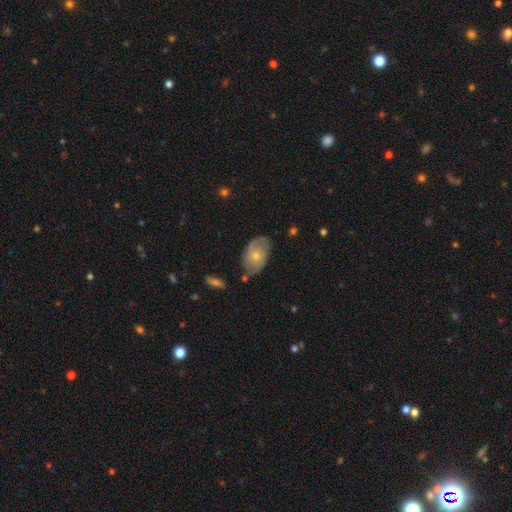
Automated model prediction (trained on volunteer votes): featured or disk 50%, smooth 44%, star or artifact 7%. Down the decision tree: merging — none (66%).